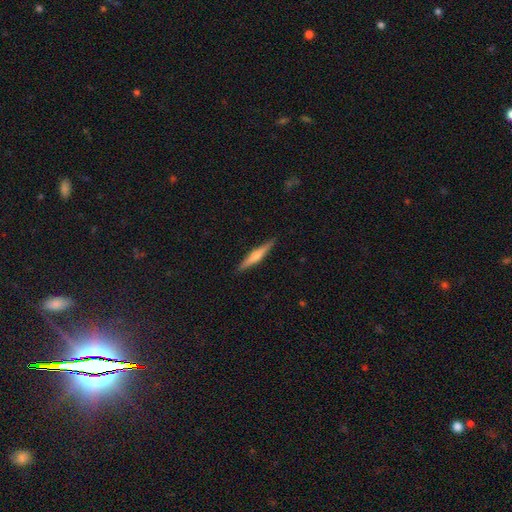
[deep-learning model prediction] Overall: featured or disk (54%; smooth 40%). Edge-on disk: yes (97%). Edge-on bulge: rounded (77%). Merging: none (90%).